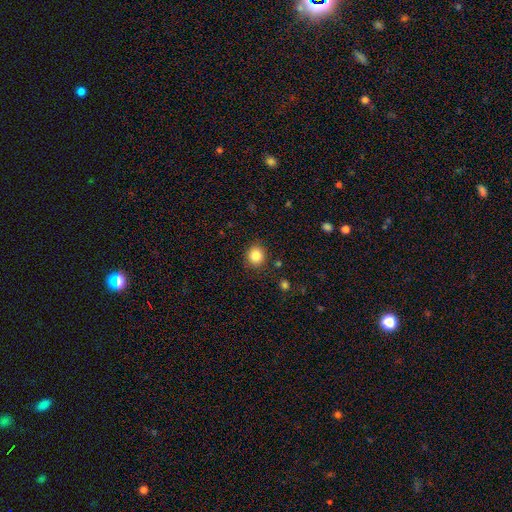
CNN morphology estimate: Q: Smooth or featured?
A: smooth (85%); runner-up: star or artifact (10%)
Q: How rounded?
A: round (84%); runner-up: in between (15%)
Q: Merging?
A: none (87%); runner-up: minor disturbance (9%)